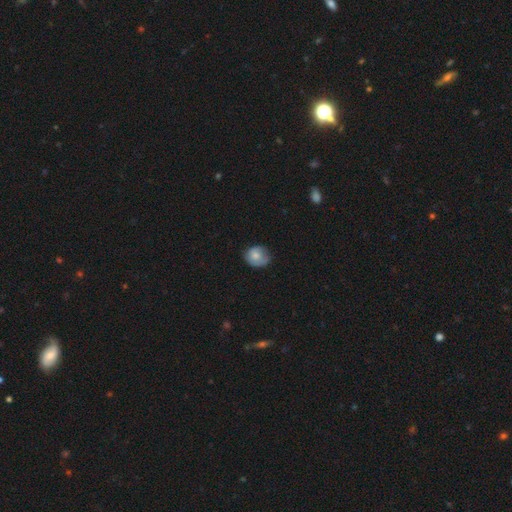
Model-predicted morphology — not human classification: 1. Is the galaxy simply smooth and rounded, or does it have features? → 71% smooth, 21% featured or disk, 8% star or artifact.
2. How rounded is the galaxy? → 68% round, 31% in between, 1% cigar-shaped.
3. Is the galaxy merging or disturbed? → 58% none, 32% minor disturbance, 8% major disturbance, 1% merger.